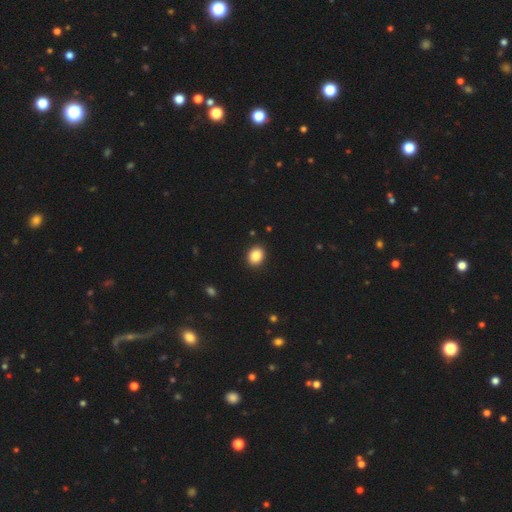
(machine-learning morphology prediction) Q: Smooth or featured?
A: smooth (88%); runner-up: star or artifact (9%)
Q: How rounded?
A: round (51%); runner-up: in between (48%)
Q: Merging?
A: none (91%); runner-up: minor disturbance (6%)